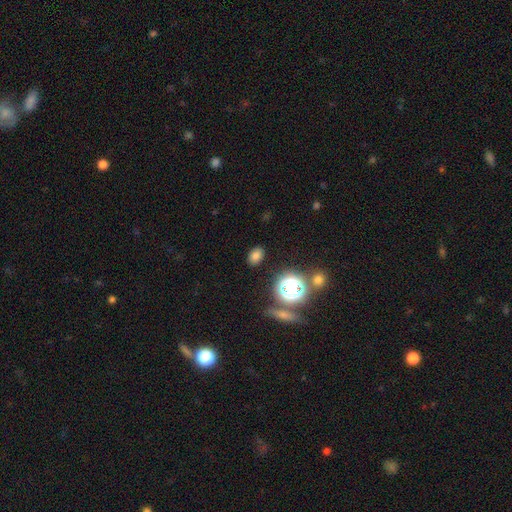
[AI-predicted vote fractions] Q: Smooth or featured?
A: smooth (73%); runner-up: star or artifact (20%)
Q: How rounded?
A: in between (77%); runner-up: round (21%)
Q: Merging?
A: none (86%); runner-up: minor disturbance (9%)